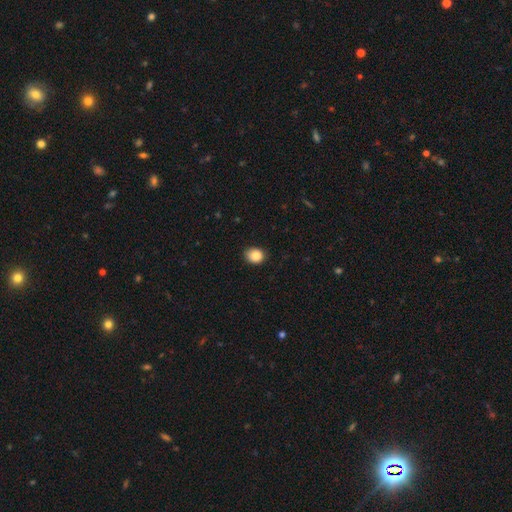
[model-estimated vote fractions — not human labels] smooth-or-featured: smooth: 87% | star or artifact: 9% | featured or disk: 4%
  how-rounded: round: 63% | in between: 36% | cigar-shaped: 1%
  merging: none: 84% | minor disturbance: 13% | major disturbance: 2% | merger: 1%